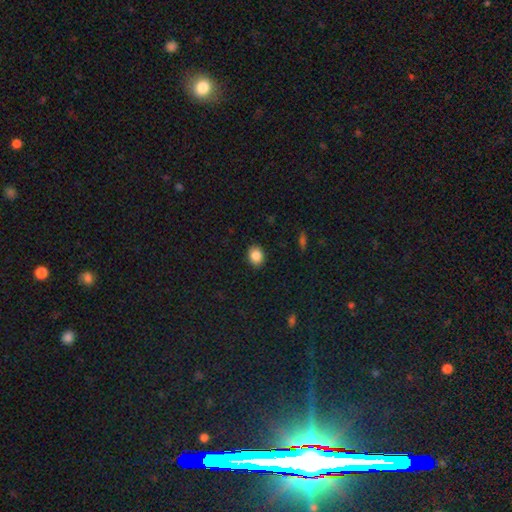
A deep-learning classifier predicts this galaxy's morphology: Smooth or featured: smooth — 86% (star or artifact — 9%)
How rounded: round — 52% (in between — 47%)
Merging: none — 90% (minor disturbance — 7%)